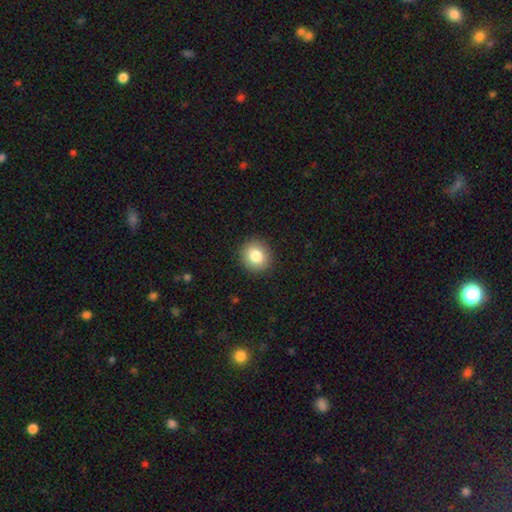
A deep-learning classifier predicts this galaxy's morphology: This appears to be a smooth galaxy with no disk features (82%) that is round (84%). Merging: none (91%).